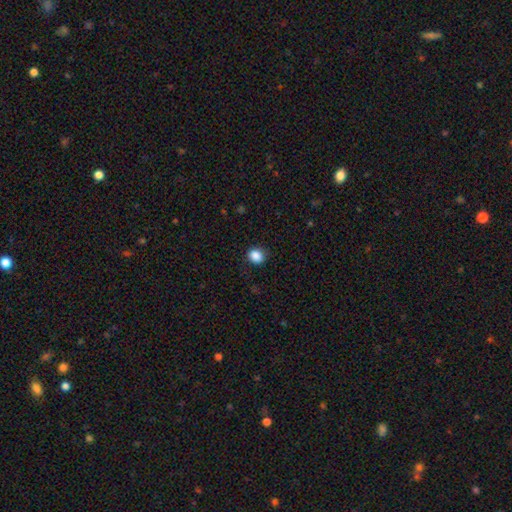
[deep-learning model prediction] Morphology: type=smooth (88%); roundness=round (69%); merging=none (88%).